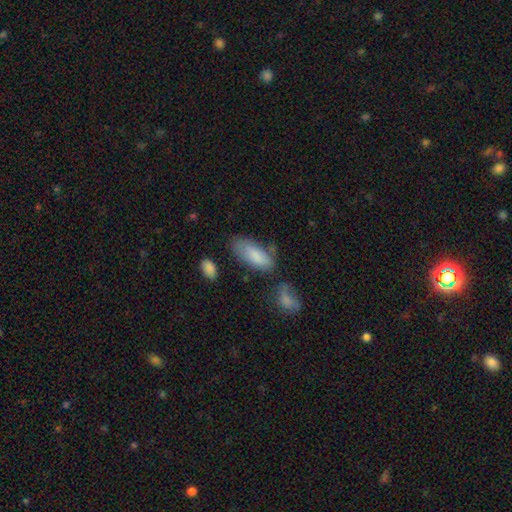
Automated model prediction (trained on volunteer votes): Smooth or featured? smooth (84%)
How rounded? in between (86%)
Merging? none (54%)